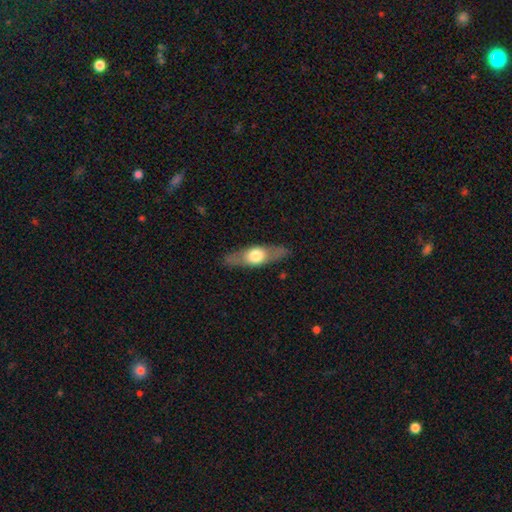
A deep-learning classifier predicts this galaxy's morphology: A featured or disk galaxy (52%) viewed edge-on (71%).

Vote fractions:
- Smooth or featured? featured or disk: 52% / smooth: 43% / star or artifact: 5%
- Edge-on disk? yes: 71% / no: 29%
- Merging? none: 84% / minor disturbance: 11% / major disturbance: 3% / merger: 1%